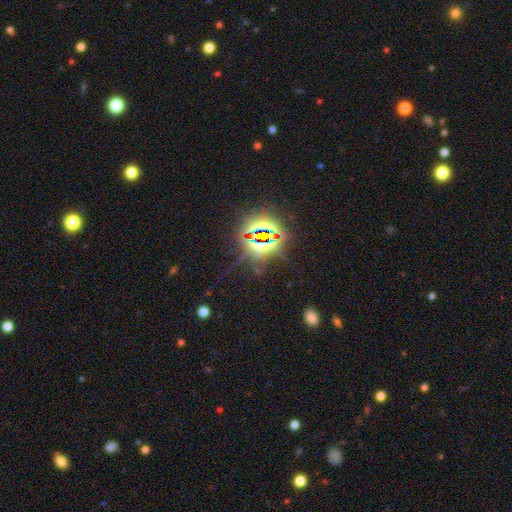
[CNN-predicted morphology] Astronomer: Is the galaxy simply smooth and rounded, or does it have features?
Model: star or artifact — 81%.